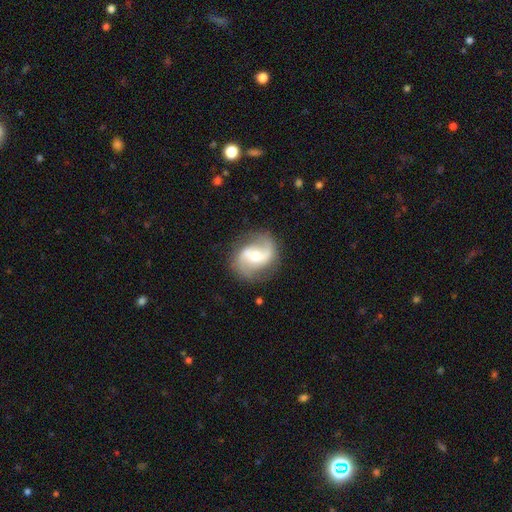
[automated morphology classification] Overall: featured or disk (83%). Edge-on disk: no (97%). Bar: weak (42%; no 34%). Spiral arms: yes (94%). Spiral arm count: 2 (91%). Spiral winding: loose (49%; medium 39%). Bulge size: moderate (54%; small 38%). Merging: none (78%).